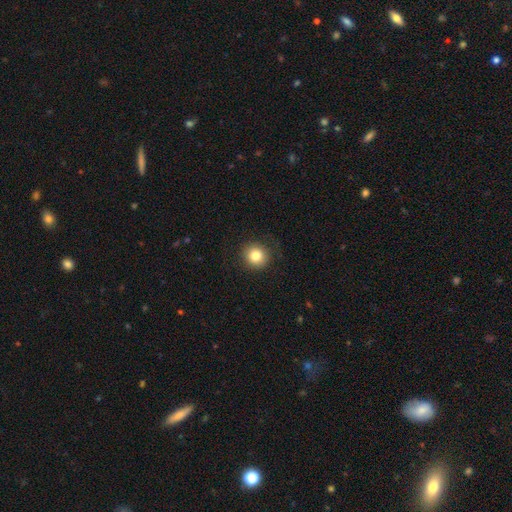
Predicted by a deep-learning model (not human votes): Smooth or featured? Predicted: smooth (p=0.82). How rounded? Predicted: round (p=0.91). Merging? Predicted: none (p=0.88).